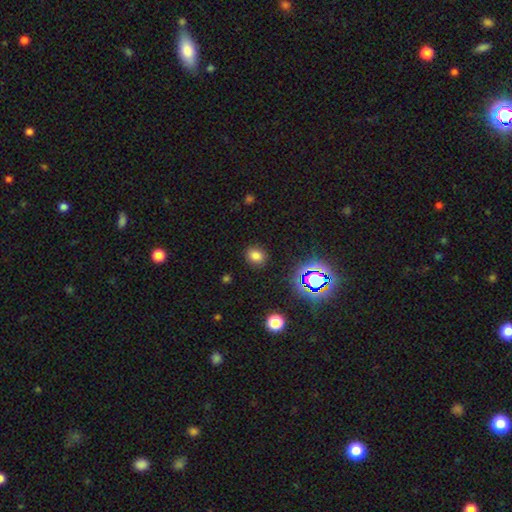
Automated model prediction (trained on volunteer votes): smooth_or_featured: smooth (p=0.75) [alt: star or artifact p=0.19]
how_rounded: round (p=0.60) [alt: in between p=0.39]
merging: none (p=0.87) [alt: minor disturbance p=0.08]